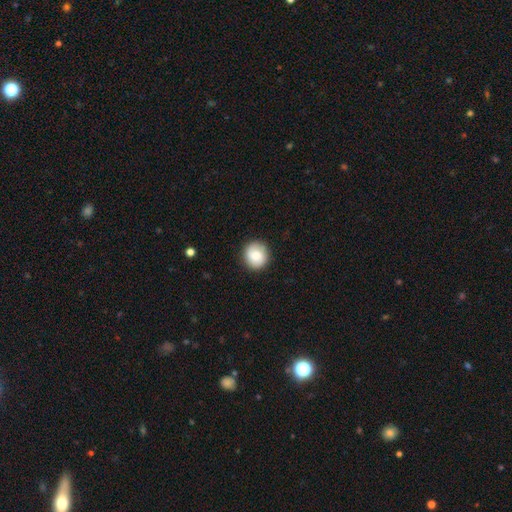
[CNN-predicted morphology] type=smooth (80%); roundness=round (90%); merging=none (89%).